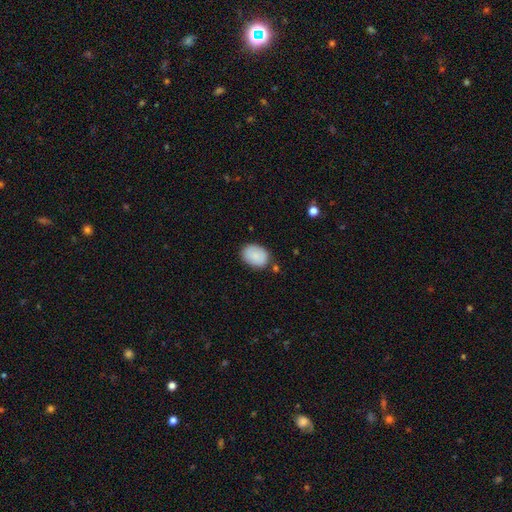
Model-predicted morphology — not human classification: Q: Smooth or featured?
A: smooth (85%); runner-up: featured or disk (8%)
Q: How rounded?
A: in between (72%); runner-up: round (27%)
Q: Merging?
A: none (81%); runner-up: minor disturbance (14%)